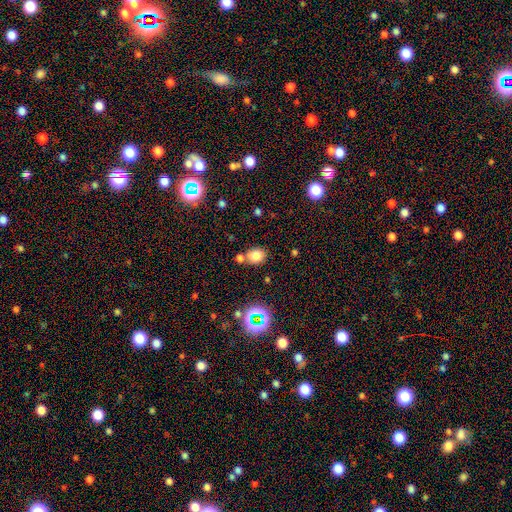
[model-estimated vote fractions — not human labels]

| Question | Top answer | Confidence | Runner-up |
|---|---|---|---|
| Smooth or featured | smooth | 76% | star or artifact (15%) |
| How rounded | round | 54% | in between (45%) |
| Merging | none | 65% | merger (18%) |